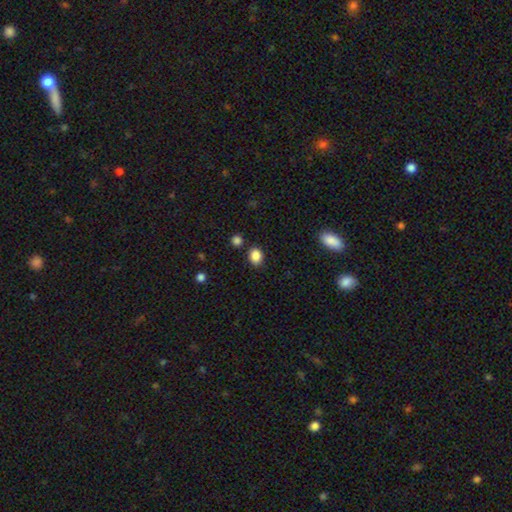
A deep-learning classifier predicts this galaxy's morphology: This appears to be a smooth galaxy with no disk features (87%) that is in between round and cigar-shaped (54%). Merging: none (82%).